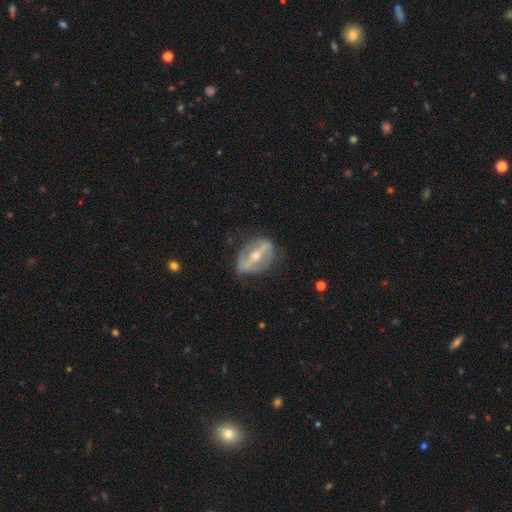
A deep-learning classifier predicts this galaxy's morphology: type=featured or disk (80%); edge-on=no (83%); bar=strong (79%); spiral arms=no (54%); bulge=moderate (49%); merging=none (73%).